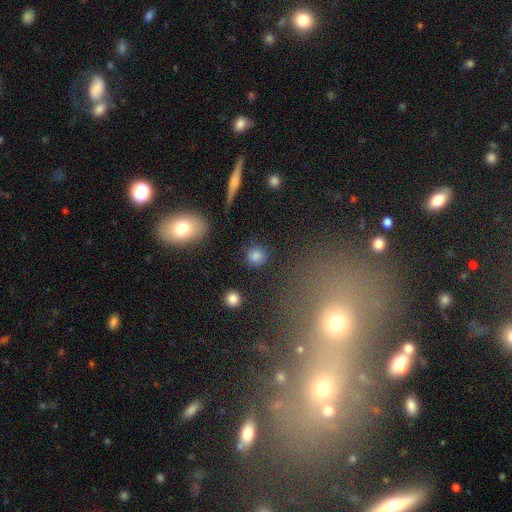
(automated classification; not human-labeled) Smooth or featured? smooth (81%)
How rounded? round (90%)
Merging? none (84%)